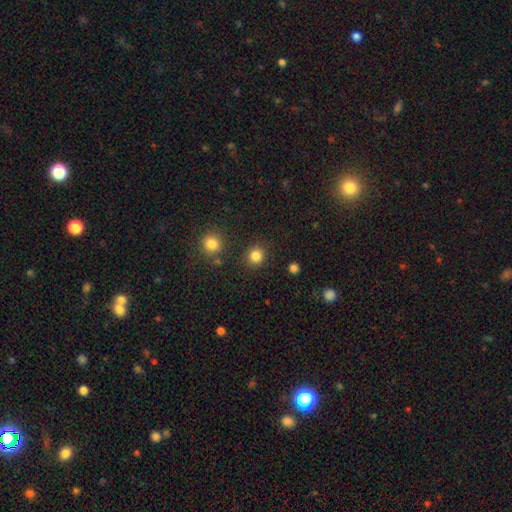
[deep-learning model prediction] Smooth or featured: smooth — 84% (star or artifact — 12%)
How rounded: round — 90% (in between — 9%)
Merging: none — 89% (minor disturbance — 6%)